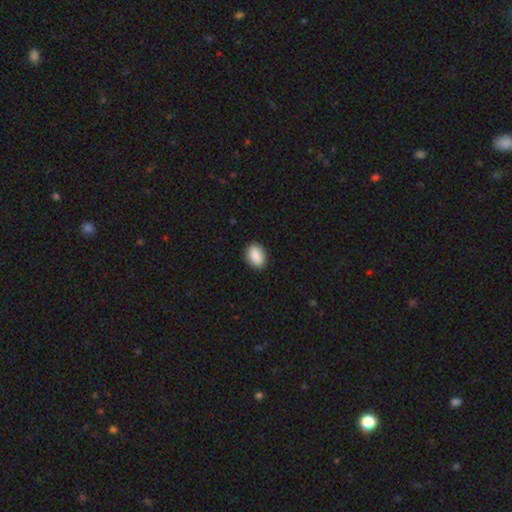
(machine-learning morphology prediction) This is clearly a smooth galaxy (89%). How rounded: clearly in between (82%). Merging: clearly none (88%).